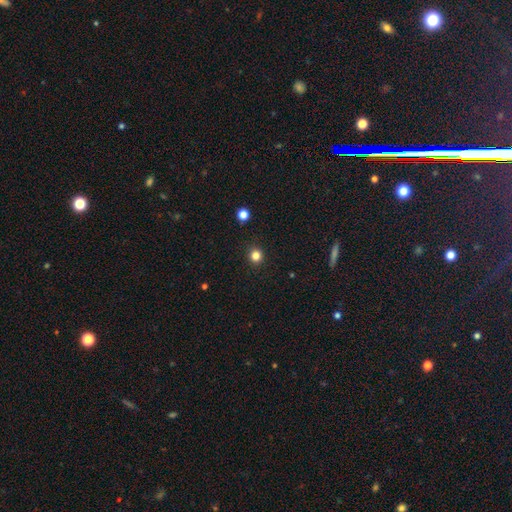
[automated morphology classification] Smooth or featured? smooth (82%)
How rounded? round (93%)
Merging? none (92%)